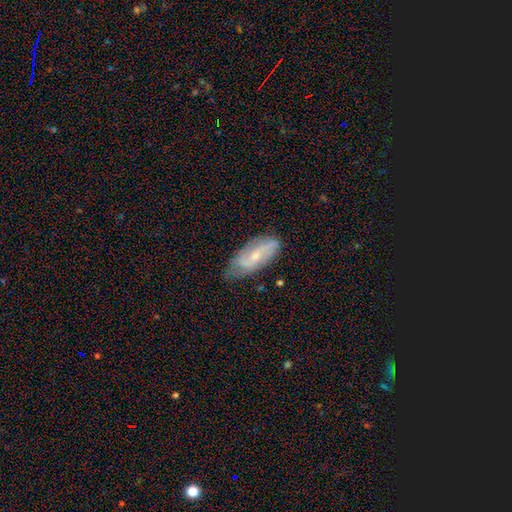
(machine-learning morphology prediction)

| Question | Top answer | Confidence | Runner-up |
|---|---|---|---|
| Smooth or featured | featured or disk | 69% | smooth (25%) |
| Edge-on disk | no | 90% | yes (10%) |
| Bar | weak | 43% | tied: no (43%) |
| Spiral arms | yes | 89% | no (11%) |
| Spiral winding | medium | 40% | loose (38%) |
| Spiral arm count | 2 | 72% | can't tell (16%) |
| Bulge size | small | 59% | moderate (35%) |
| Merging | none | 68% | minor disturbance (25%) |